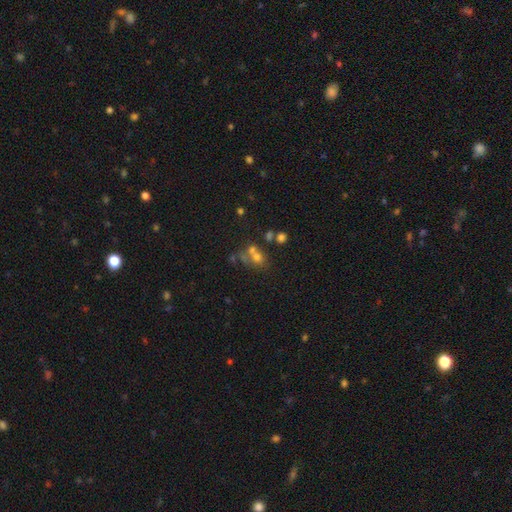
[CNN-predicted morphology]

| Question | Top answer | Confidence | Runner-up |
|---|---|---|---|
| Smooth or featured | smooth | 49% | star or artifact (28%) |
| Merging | merger | 42% | none (39%) |